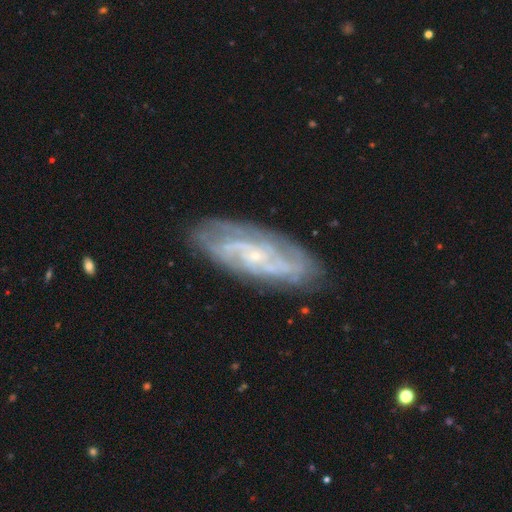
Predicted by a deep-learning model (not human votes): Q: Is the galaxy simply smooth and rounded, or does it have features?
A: featured or disk — 82%.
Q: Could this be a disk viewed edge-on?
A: no — 91%.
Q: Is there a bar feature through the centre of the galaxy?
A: no — 65%.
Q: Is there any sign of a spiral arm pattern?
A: yes — 93%.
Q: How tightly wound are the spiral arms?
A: tight — 53%.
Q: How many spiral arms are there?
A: can't tell — 36%.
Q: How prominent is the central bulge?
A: small — 81%.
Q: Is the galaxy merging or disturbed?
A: none — 79%.